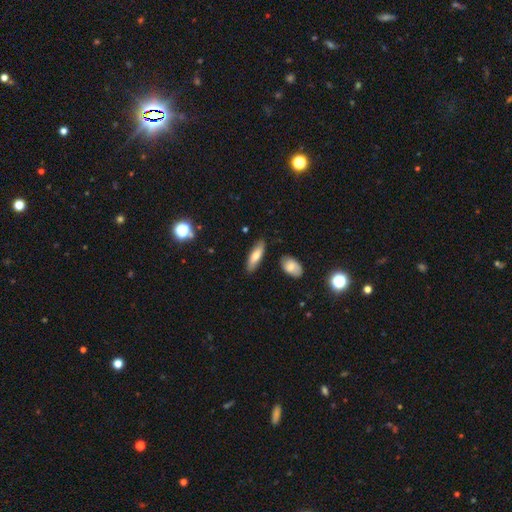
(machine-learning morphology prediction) Q: Smooth or featured?
A: smooth (71%); runner-up: featured or disk (22%)
Q: How rounded?
A: cigar-shaped (49%); tied with: in between (49%)
Q: Merging?
A: none (82%); runner-up: minor disturbance (12%)